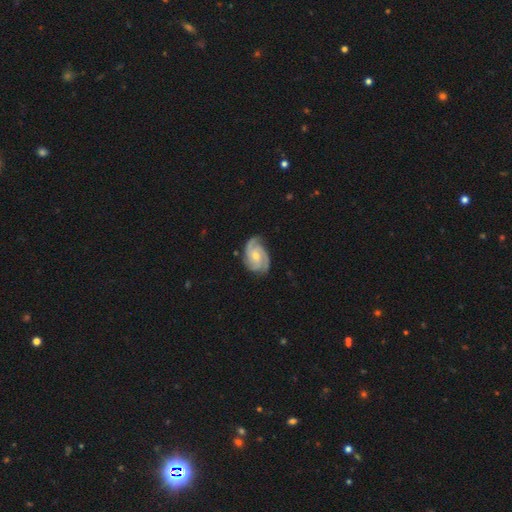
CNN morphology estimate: Q: Smooth or featured?
A: featured or disk (87%); runner-up: smooth (8%)
Q: Edge-on disk?
A: no (98%); runner-up: yes (2%)
Q: Bar?
A: no (68%); runner-up: weak (27%)
Q: Spiral arms?
A: yes (98%); runner-up: no (2%)
Q: Spiral winding?
A: tight (53%); runner-up: medium (39%)
Q: Spiral arm count?
A: 3 (54%); runner-up: 2 (23%)
Q: Bulge size?
A: moderate (54%); runner-up: small (42%)
Q: Merging?
A: none (73%); runner-up: minor disturbance (20%)